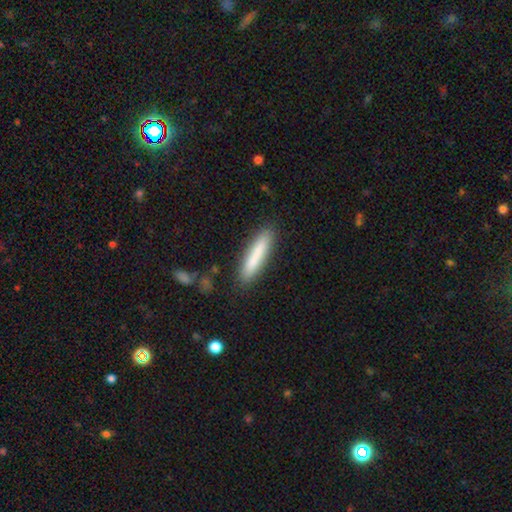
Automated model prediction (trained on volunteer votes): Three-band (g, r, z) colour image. It shows a smooth galaxy with no disk features (79%) that is cigar-shaped (89%). Merging: none (87%).